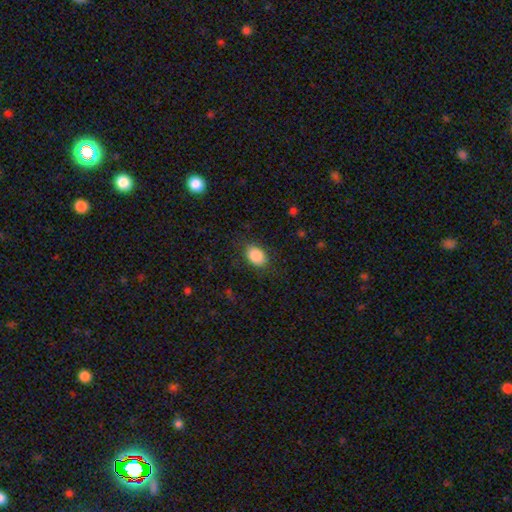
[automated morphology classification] Smooth or featured? smooth (87%)
How rounded? in between (77%)
Merging? none (82%)